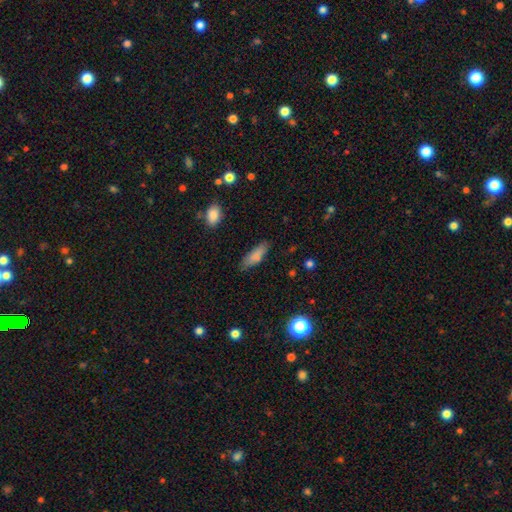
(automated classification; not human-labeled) This appears to be a smooth galaxy with no disk features (83%) that is in between round and cigar-shaped (54%). Merging: none (79%).